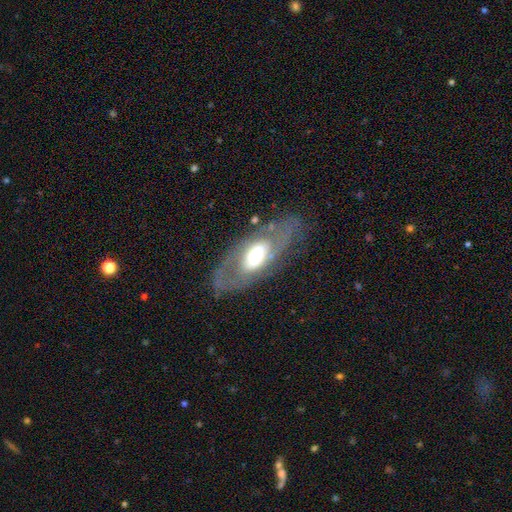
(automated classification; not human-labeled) This appears to be a featured or disk galaxy (67%) with no bar (62%), no spiral arms (55%) and a moderate central bulge (55%). Merging: none (69%).